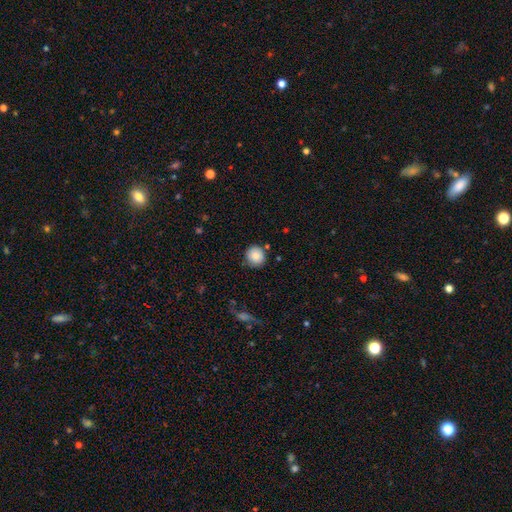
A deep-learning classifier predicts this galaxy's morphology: Smooth or featured: smooth — 85% (star or artifact — 8%)
How rounded: round — 91% (in between — 8%)
Merging: none — 82% (minor disturbance — 12%)